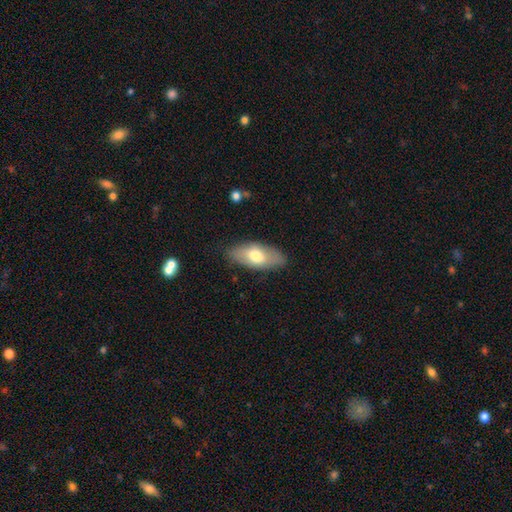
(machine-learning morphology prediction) Smooth or featured: smooth — 69% (featured or disk — 25%)
How rounded: in between — 88% (cigar-shaped — 9%)
Merging: none — 82% (minor disturbance — 14%)